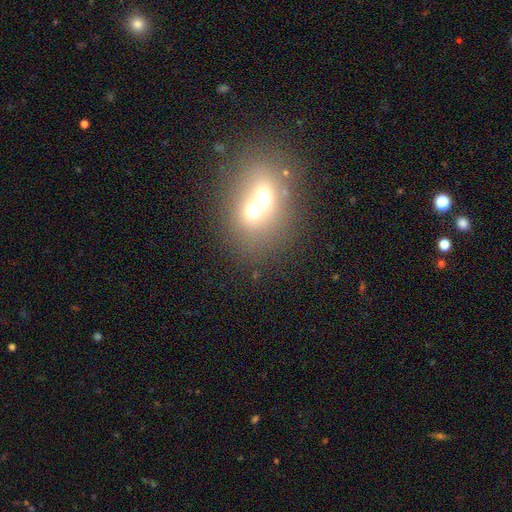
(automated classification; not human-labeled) smooth-or-featured: smooth: 53% | featured or disk: 30% | star or artifact: 17%
  how-rounded: round: 51% | in between: 47% | cigar-shaped: 2%
  merging: merger: 67% | none: 24% | minor disturbance: 6% | major disturbance: 3%